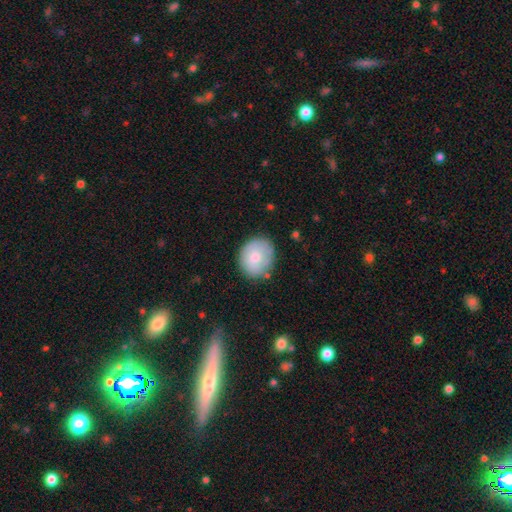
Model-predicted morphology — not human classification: smooth 73%, featured or disk 20%, star or artifact 7%. Down the decision tree: how rounded — round (64%); merging — none (76%).